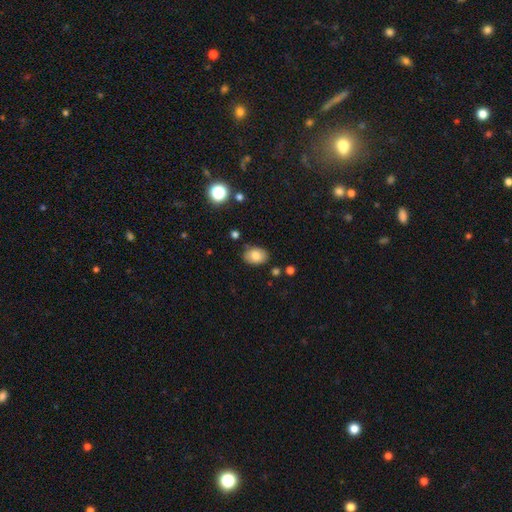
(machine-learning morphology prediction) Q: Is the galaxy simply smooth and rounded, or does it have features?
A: smooth — 81%.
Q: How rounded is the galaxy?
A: in between — 78%.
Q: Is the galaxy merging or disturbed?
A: none — 80%.